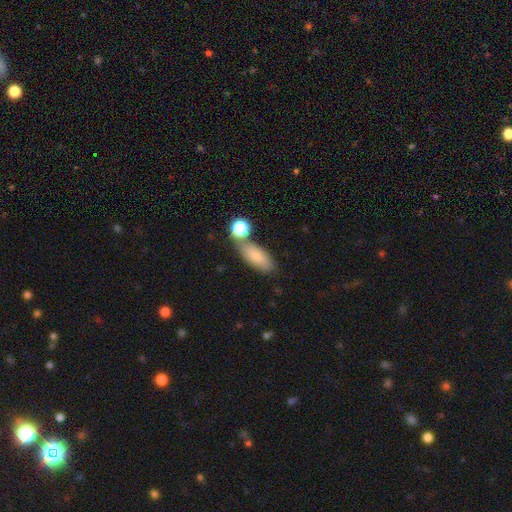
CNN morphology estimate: A smooth galaxy with no disk features (80%) that is in between round and cigar-shaped (79%). Merging: none (61%).